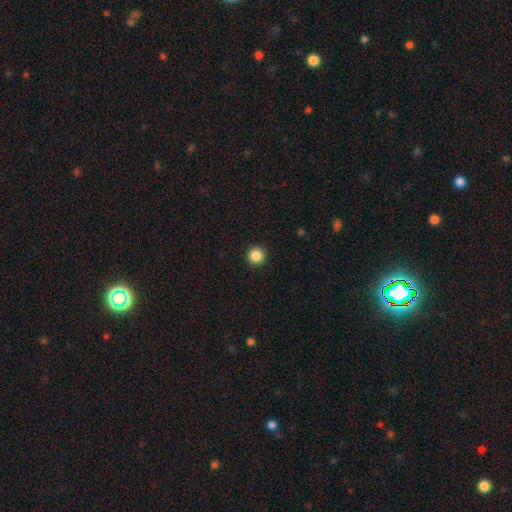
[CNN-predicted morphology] Smooth or featured: smooth — 87% (star or artifact — 10%)
How rounded: round — 96% (in between — 3%)
Merging: none — 93% (minor disturbance — 4%)